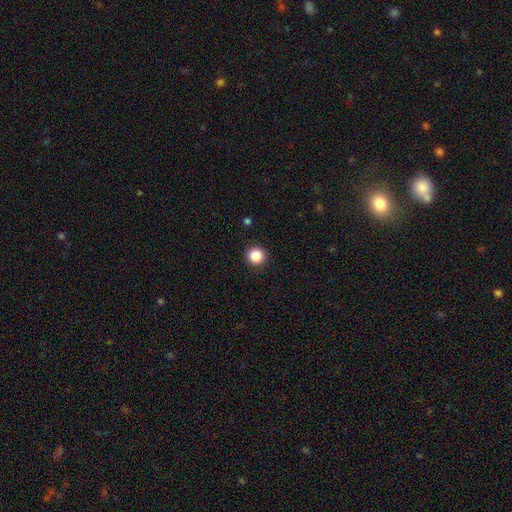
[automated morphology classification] A smooth galaxy with no disk features (87%) that is round (94%).

Vote fractions:
- Smooth or featured? smooth: 87% / star or artifact: 10% / featured or disk: 3%
- How rounded? round: 94% / in between: 5% / cigar-shaped: 1%
- Merging? none: 91% / minor disturbance: 5% / major disturbance: 2% / merger: 1%